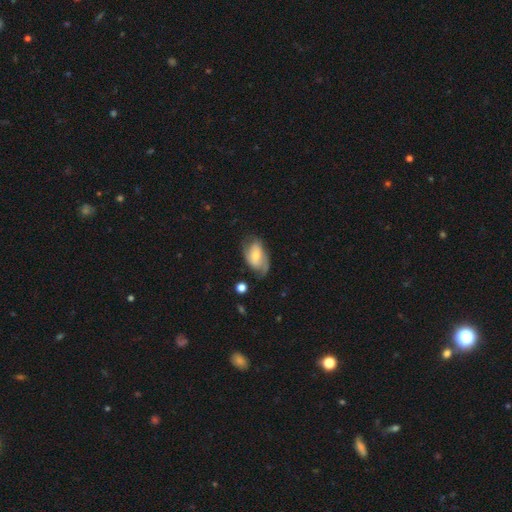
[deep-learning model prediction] Smooth or featured: featured or disk — 51% (smooth — 42%)
Edge-on disk: no — 94% (yes — 6%)
Merging: none — 53% (minor disturbance — 29%)